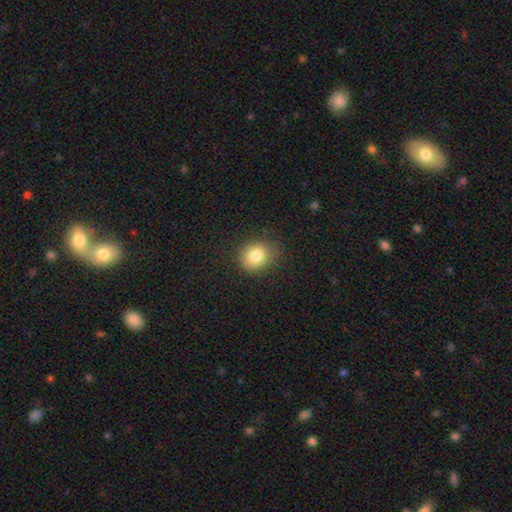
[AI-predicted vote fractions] smooth_or_featured: smooth (p=0.83) [alt: star or artifact p=0.10]
how_rounded: round (p=0.60) [alt: in between p=0.39]
merging: none (p=0.77) [alt: minor disturbance p=0.18]